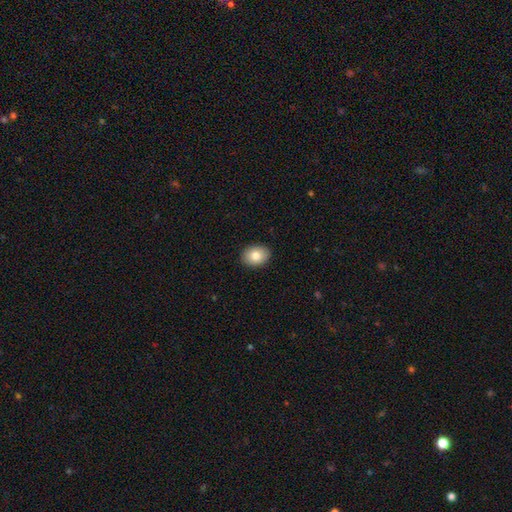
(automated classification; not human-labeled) Overall: smooth (81%). How rounded: in between (69%; round 30%). Merging: none (91%).